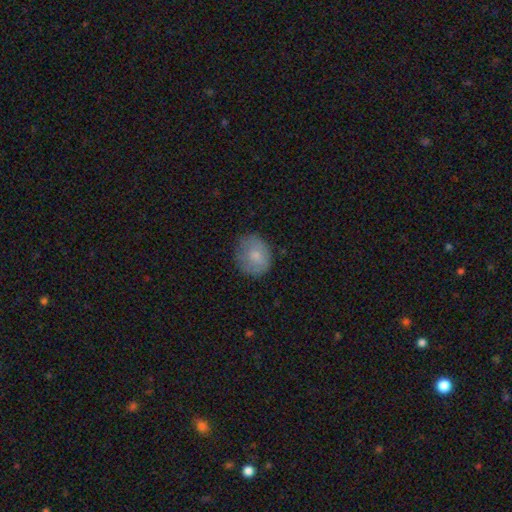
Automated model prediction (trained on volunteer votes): A smooth galaxy with no disk features (78%) that is round (65%). Merging: none (71%).